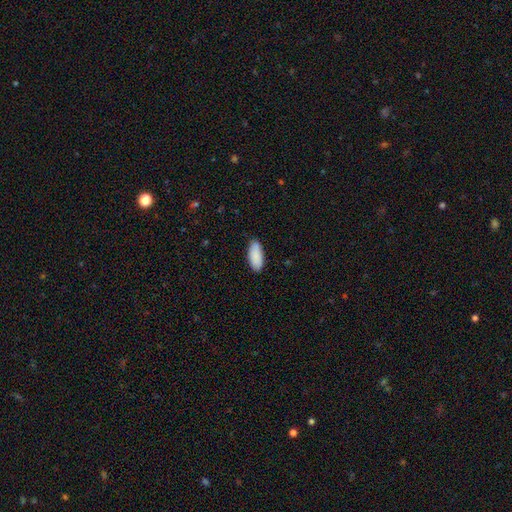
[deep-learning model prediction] Smooth or featured? Predicted: smooth (p=0.90). How rounded? Predicted: in between (p=0.84). Merging? Predicted: none (p=0.86).